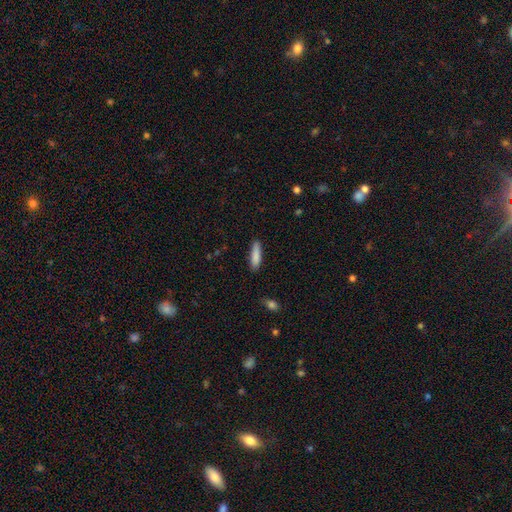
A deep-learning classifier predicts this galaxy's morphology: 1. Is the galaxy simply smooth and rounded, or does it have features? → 86% smooth, 8% featured or disk, 6% star or artifact.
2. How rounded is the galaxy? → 71% cigar-shaped, 27% in between, 1% round.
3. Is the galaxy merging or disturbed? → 85% none, 12% minor disturbance, 2% major disturbance, 1% merger.